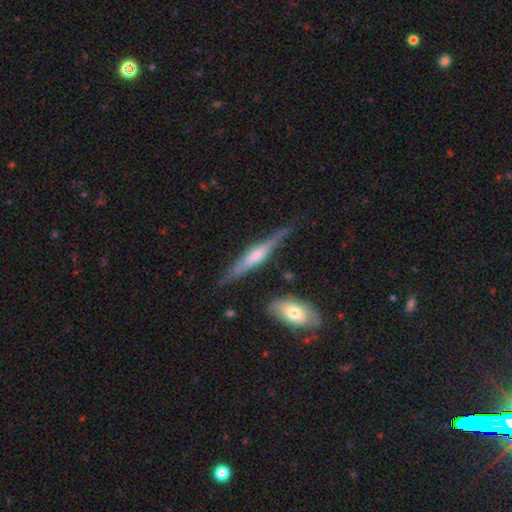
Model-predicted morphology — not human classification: Smooth or featured?
  - featured or disk: 69% *
  - smooth: 26%
  - star or artifact: 5%
Edge-on disk?
  - yes: 96% *
  - no: 4%
Edge-on bulge?
  - rounded: 60% *
  - boxy: 26%
  - none: 14%
Merging?
  - none: 78% *
  - minor disturbance: 15%
  - merger: 4%
  - major disturbance: 3%